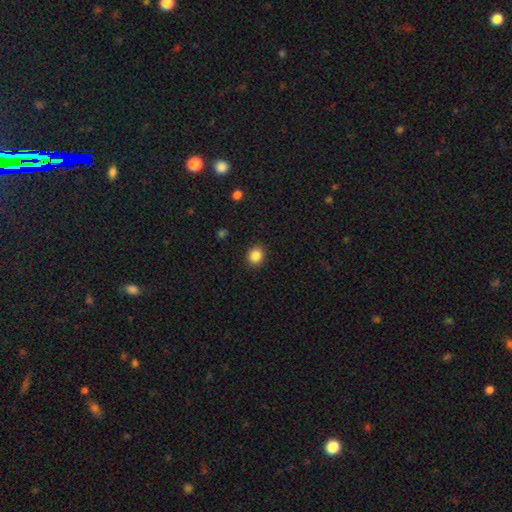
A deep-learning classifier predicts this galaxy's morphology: Smooth or featured? smooth (86%)
How rounded? round (77%)
Merging? none (90%)